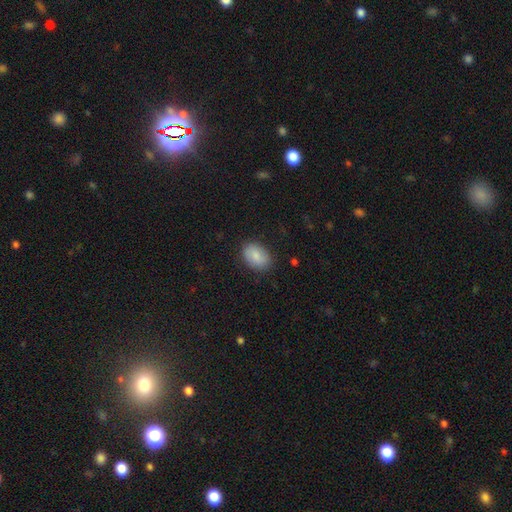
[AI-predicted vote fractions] smooth-or-featured: smooth: 86% | featured or disk: 7% | star or artifact: 7%
  how-rounded: in between: 84% | round: 15% | cigar-shaped: 1%
  merging: none: 84% | minor disturbance: 12% | major disturbance: 3% | merger: 1%